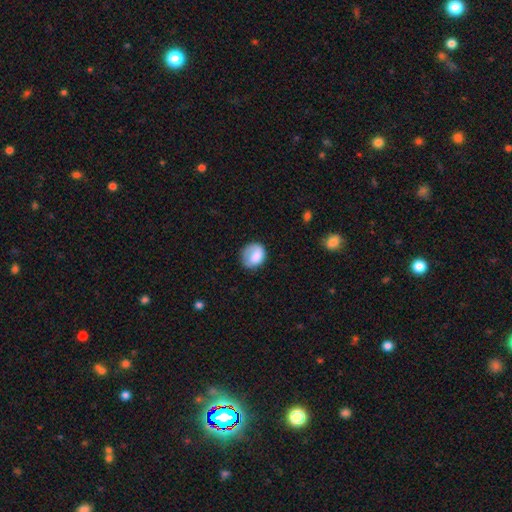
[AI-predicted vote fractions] smooth-or-featured: smooth: 79% | featured or disk: 14% | star or artifact: 7%
  how-rounded: round: 65% | in between: 34% | cigar-shaped: 1%
  merging: none: 61% | minor disturbance: 24% | major disturbance: 12% | merger: 2%